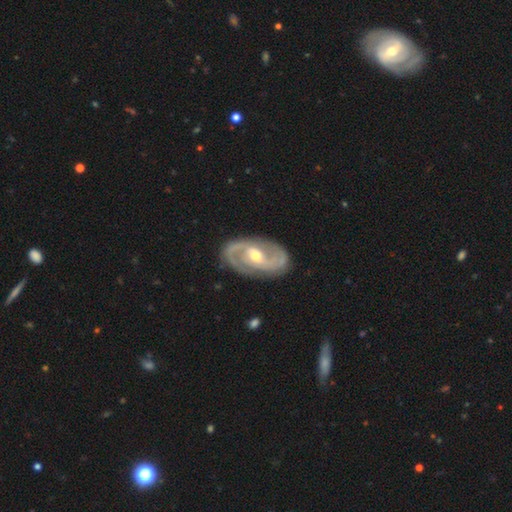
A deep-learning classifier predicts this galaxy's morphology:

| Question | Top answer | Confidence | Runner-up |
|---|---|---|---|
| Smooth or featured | featured or disk | 89% | smooth (7%) |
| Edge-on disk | no | 96% | yes (4%) |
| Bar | weak | 45% | no (33%) |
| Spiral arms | yes | 96% | no (4%) |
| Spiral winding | medium | 53% | tight (31%) |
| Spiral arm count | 2 | 91% | can't tell (3%) |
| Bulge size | moderate | 65% | small (30%) |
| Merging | none | 84% | minor disturbance (12%) |